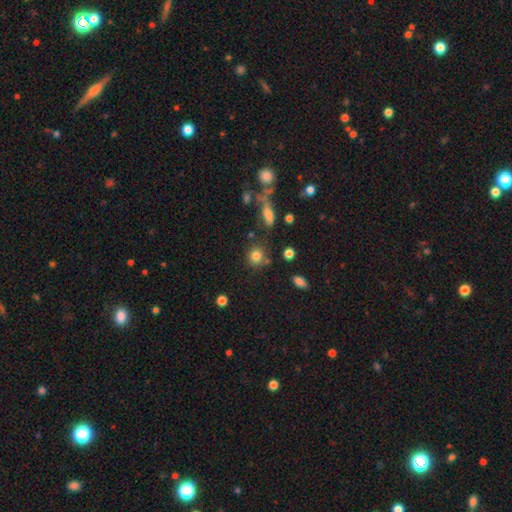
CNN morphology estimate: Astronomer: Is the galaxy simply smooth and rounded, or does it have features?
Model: smooth — 80%.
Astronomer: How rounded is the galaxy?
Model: round — 82%.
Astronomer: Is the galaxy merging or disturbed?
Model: none — 73%.